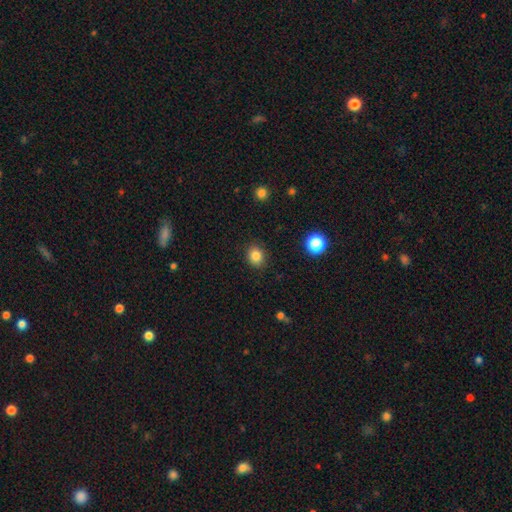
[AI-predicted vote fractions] Morphology: type=smooth (83%); roundness=round (66%); merging=none (88%).